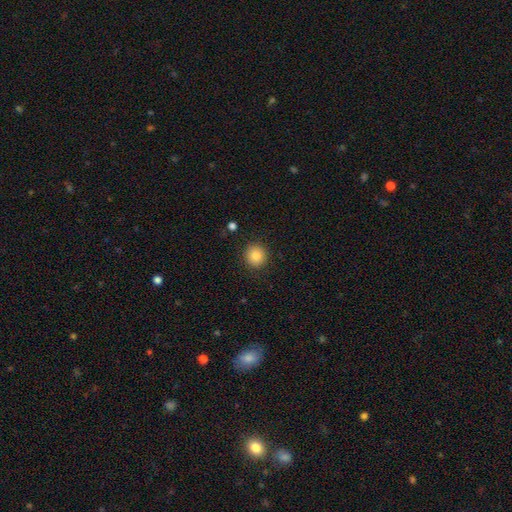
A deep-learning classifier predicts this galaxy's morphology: A smooth galaxy with no disk features (85%) that is round (90%).

Vote fractions:
- Smooth or featured? smooth: 85% / star or artifact: 10% / featured or disk: 6%
- How rounded? round: 90% / in between: 9% / cigar-shaped: 1%
- Merging? none: 90% / minor disturbance: 7% / major disturbance: 2% / merger: 1%